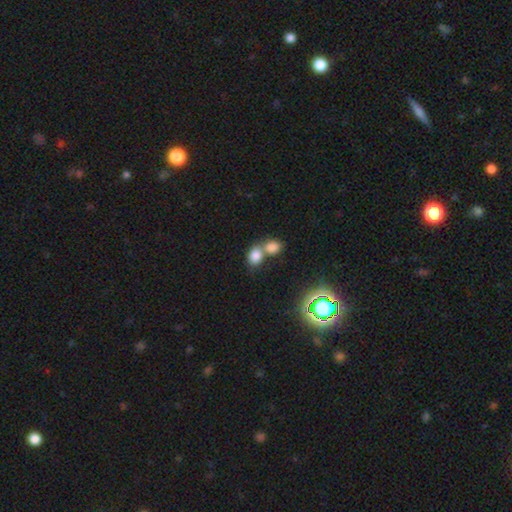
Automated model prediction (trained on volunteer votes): Smooth or featured?
  - smooth: 81% *
  - star or artifact: 11%
  - featured or disk: 8%
How rounded?
  - in between: 63% *
  - round: 36%
  - cigar-shaped: 1%
Merging?
  - merger: 62% *
  - none: 28%
  - minor disturbance: 7%
  - major disturbance: 3%